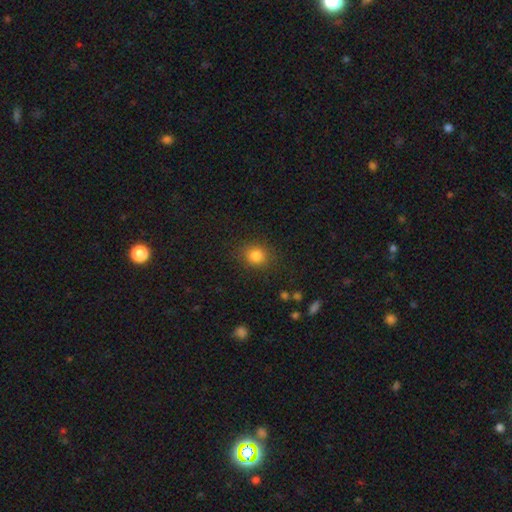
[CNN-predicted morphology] Q: Smooth or featured?
A: smooth (83%); runner-up: star or artifact (12%)
Q: How rounded?
A: round (77%); runner-up: in between (22%)
Q: Merging?
A: none (84%); runner-up: minor disturbance (10%)